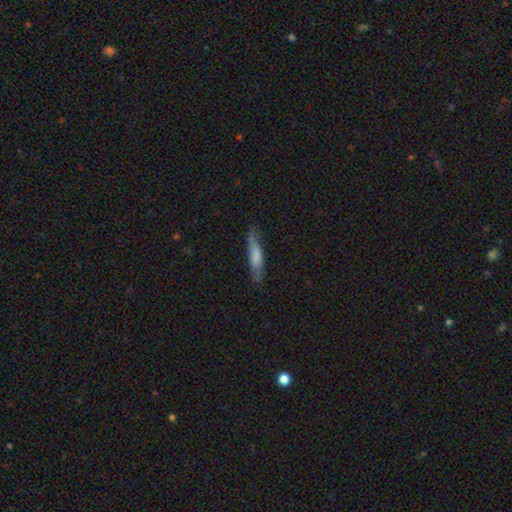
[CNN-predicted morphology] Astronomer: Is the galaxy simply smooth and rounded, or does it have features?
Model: smooth — 70%.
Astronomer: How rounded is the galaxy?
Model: cigar-shaped — 82%.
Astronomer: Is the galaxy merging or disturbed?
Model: none — 75%.